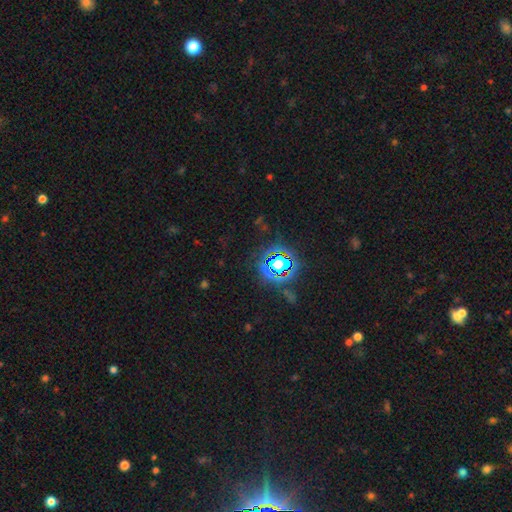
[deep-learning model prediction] Smooth or featured?
  - star or artifact: 78% *
  - smooth: 14%
  - featured or disk: 8%